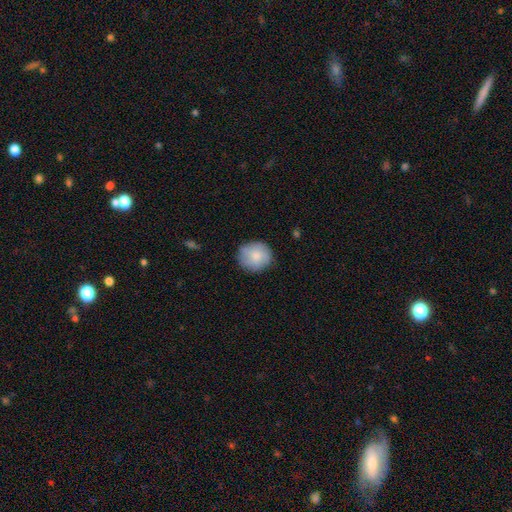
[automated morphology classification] smooth-or-featured: smooth: 79% | featured or disk: 14% | star or artifact: 6%
  how-rounded: round: 89% | in between: 10% | cigar-shaped: 1%
  merging: none: 83% | minor disturbance: 13% | major disturbance: 3% | merger: 1%